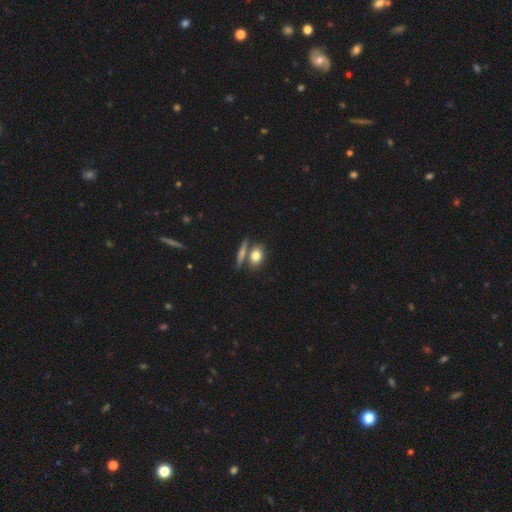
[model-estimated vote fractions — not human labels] This is likely a smooth galaxy (77%). How rounded: likely in between (64%). Merging: possibly none (57%).